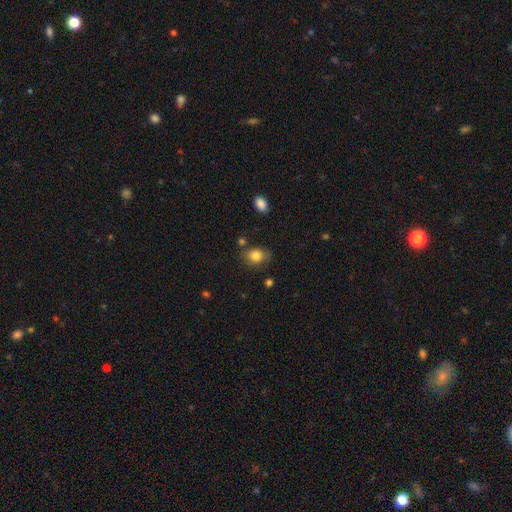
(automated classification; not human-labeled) Morphology: type=smooth (84%); roundness=round (50%); merging=none (74%).